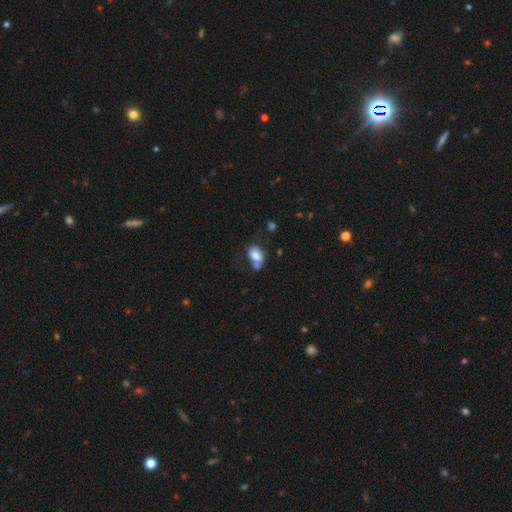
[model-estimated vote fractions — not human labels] smooth-or-featured: smooth: 77% | featured or disk: 13% | star or artifact: 9%
  how-rounded: in between: 79% | round: 19% | cigar-shaped: 2%
  merging: merger: 38% | none: 35% | minor disturbance: 18% | major disturbance: 9%